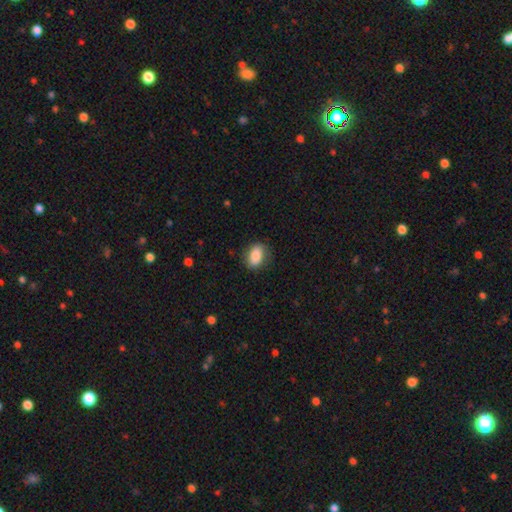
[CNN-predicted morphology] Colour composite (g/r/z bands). It shows a smooth galaxy with no disk features (85%) that is in between round and cigar-shaped (83%). Merging: none (79%).